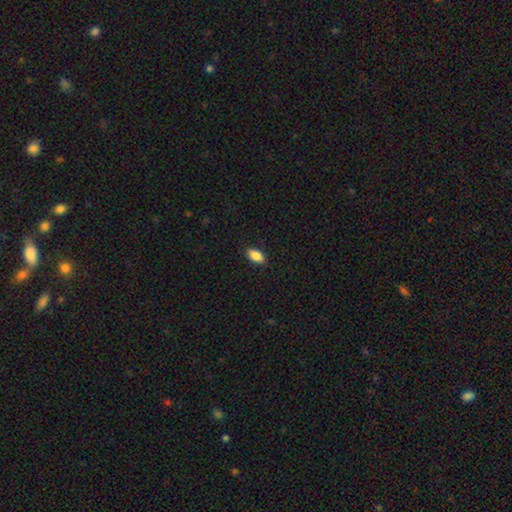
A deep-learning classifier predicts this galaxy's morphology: This appears to be a smooth galaxy with no disk features (88%) that is in between round and cigar-shaped (92%). Merging: none (89%).